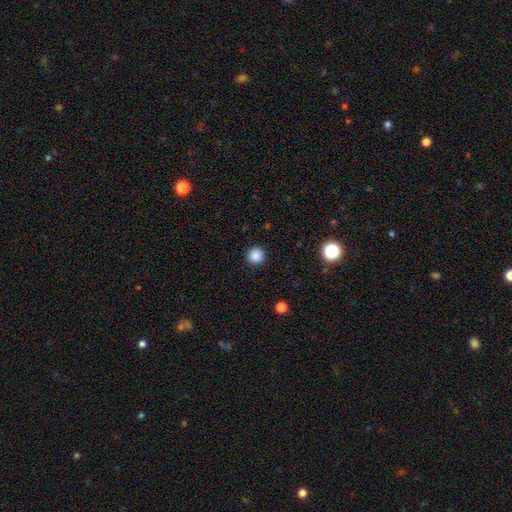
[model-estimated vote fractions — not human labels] A smooth galaxy with no disk features (86%) that is round (95%).

Vote fractions:
- Smooth or featured? smooth: 86% / star or artifact: 11% / featured or disk: 3%
- How rounded? round: 95% / in between: 4% / cigar-shaped: 1%
- Merging? none: 92% / minor disturbance: 5% / major disturbance: 2% / merger: 1%